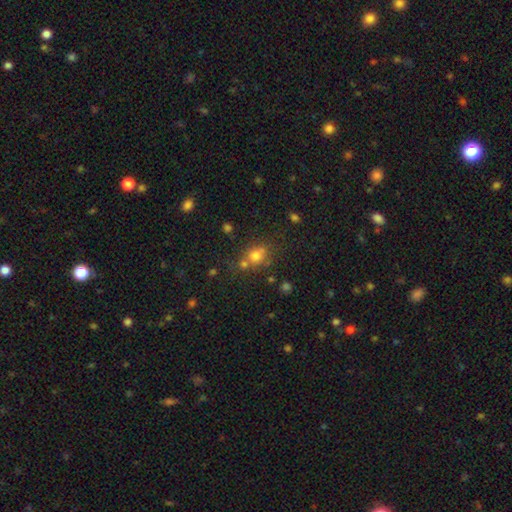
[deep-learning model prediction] Smooth or featured?
  - smooth: 71% *
  - star or artifact: 18%
  - featured or disk: 11%
How rounded?
  - round: 70% *
  - in between: 28%
  - cigar-shaped: 2%
Merging?
  - none: 54% *
  - merger: 26%
  - minor disturbance: 14%
  - major disturbance: 6%